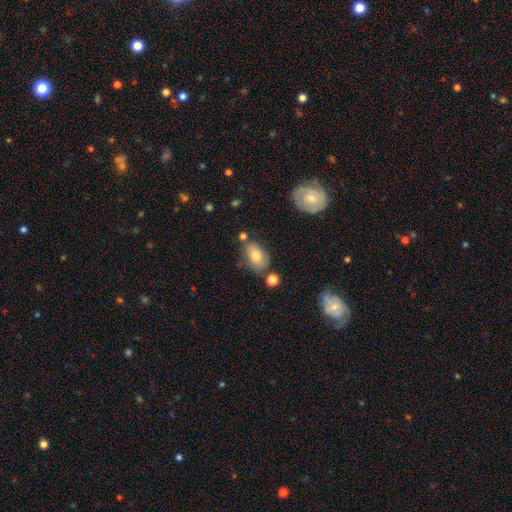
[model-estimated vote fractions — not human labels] The model was most divided on "merging": none: 58%, minor disturbance: 24%, merger: 10%, major disturbance: 8%. More confident: how rounded — in between (86%); smooth or featured — smooth (71%).